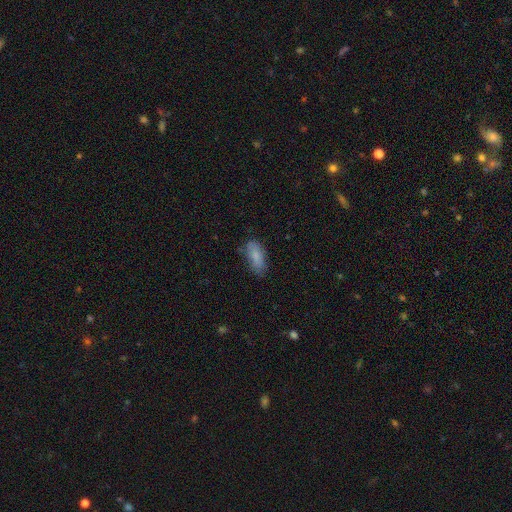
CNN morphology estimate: The model was most divided on "merging": none: 66%, minor disturbance: 25%, major disturbance: 7%, merger: 2%. More confident: how rounded — in between (81%); smooth or featured — smooth (80%).